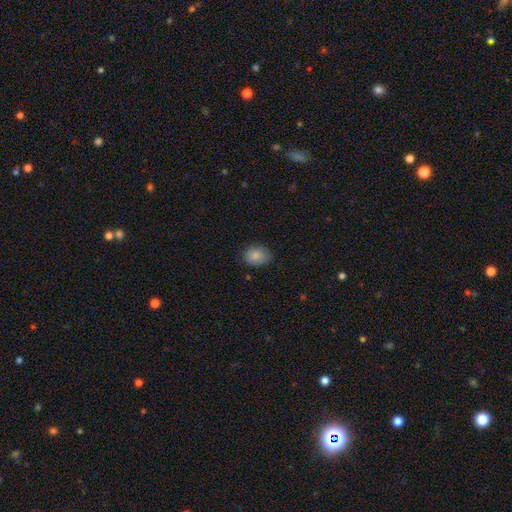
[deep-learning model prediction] Morphology: type=smooth (87%); roundness=in between (61%); merging=none (77%).